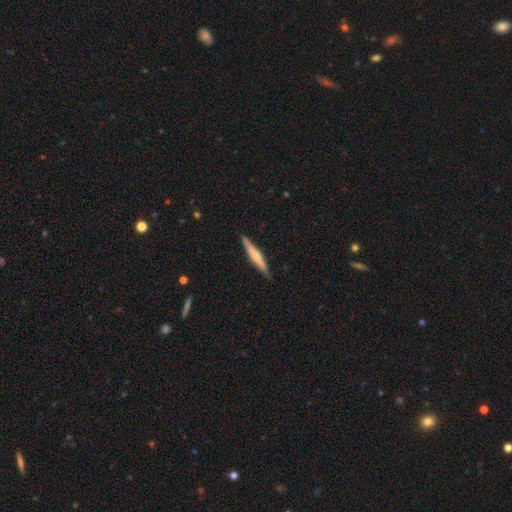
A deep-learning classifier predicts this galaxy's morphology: Smooth or featured: smooth — 48% (featured or disk — 46%)
Merging: none — 87% (minor disturbance — 10%)